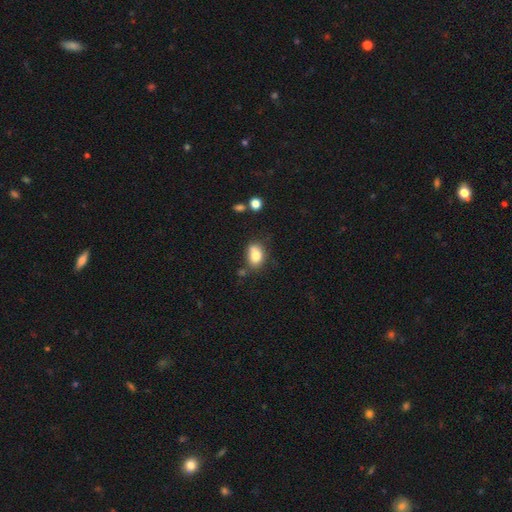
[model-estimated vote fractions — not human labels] smooth 79%, featured or disk 11%, star or artifact 10%. Down the decision tree: how rounded — in between (69%); merging — none (51%).